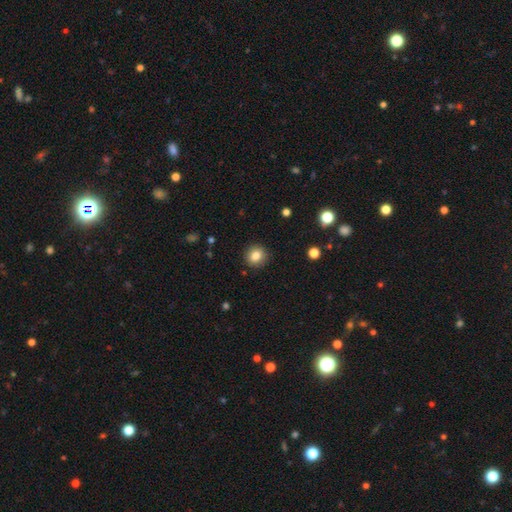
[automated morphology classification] This appears to be a smooth galaxy with no disk features (83%) that is round (87%). Merging: none (90%).